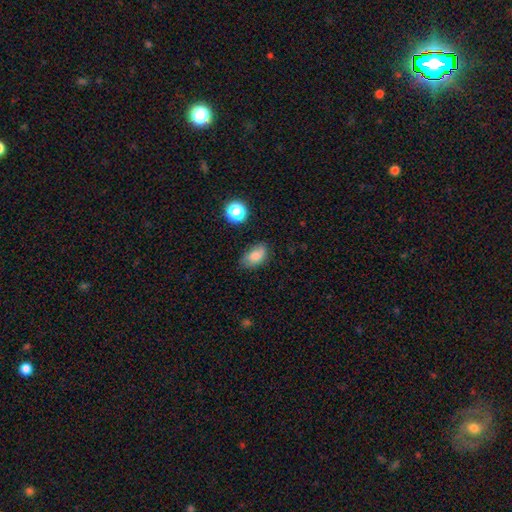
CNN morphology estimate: smooth-or-featured: smooth: 79% | star or artifact: 10% | featured or disk: 10%
  how-rounded: in between: 87% | round: 11% | cigar-shaped: 2%
  merging: none: 66% | minor disturbance: 25% | major disturbance: 6% | merger: 3%